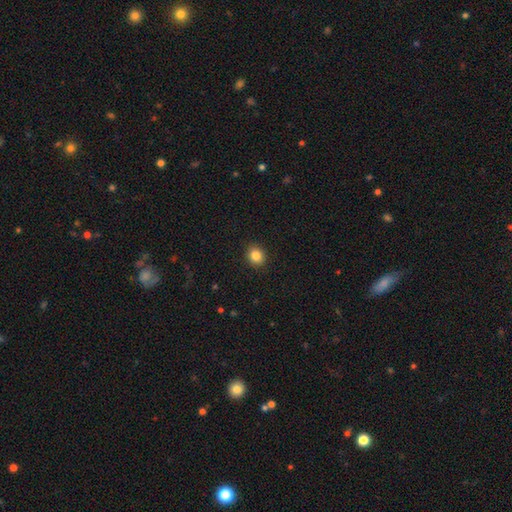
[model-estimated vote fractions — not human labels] The model was most divided on "how rounded": round: 74%, in between: 25%, cigar-shaped: 1%. More confident: merging — none (91%); smooth or featured — smooth (85%).